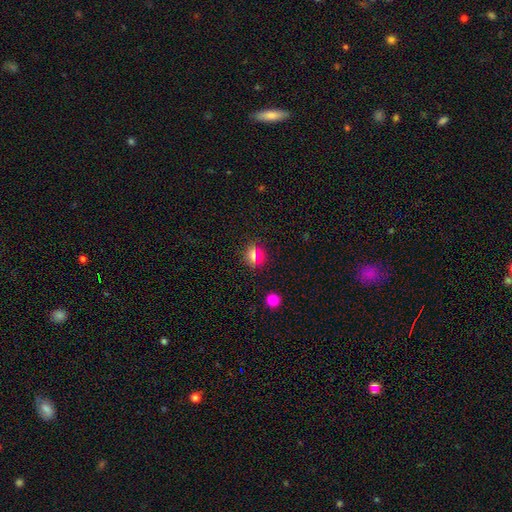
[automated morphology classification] Smooth or featured: smooth — 65% (star or artifact — 27%)
How rounded: round — 86% (in between — 12%)
Merging: none — 89% (minor disturbance — 7%)